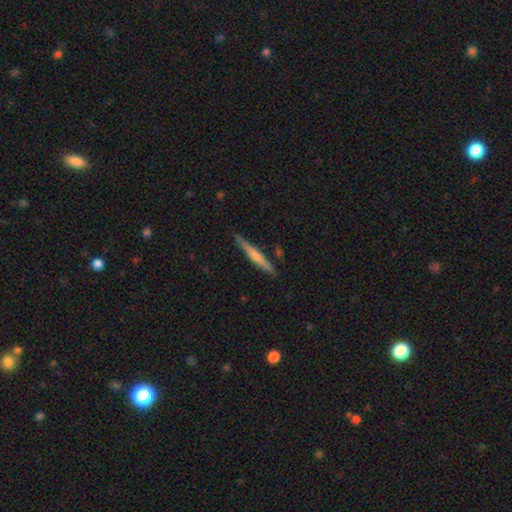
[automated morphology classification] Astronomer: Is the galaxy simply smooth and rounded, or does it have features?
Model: featured or disk — 65%.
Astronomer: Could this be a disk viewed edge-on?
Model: yes — 98%.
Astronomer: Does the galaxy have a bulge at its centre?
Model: rounded — 71%.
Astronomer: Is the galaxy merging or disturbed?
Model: none — 90%.